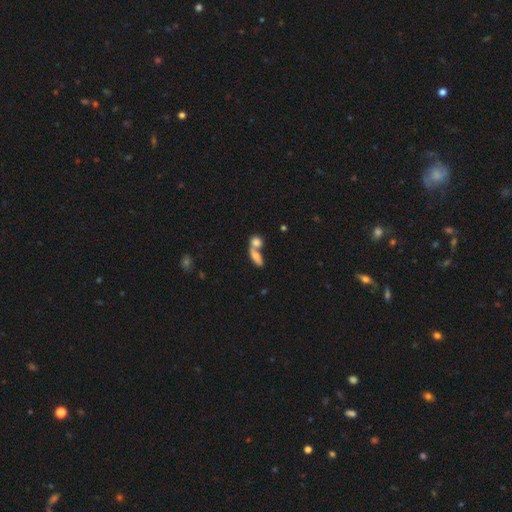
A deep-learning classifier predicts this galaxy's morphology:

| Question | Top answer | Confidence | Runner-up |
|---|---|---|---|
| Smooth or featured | smooth | 71% | featured or disk (20%) |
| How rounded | in between | 62% | cigar-shaped (27%) |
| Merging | merger | 59% | none (29%) |